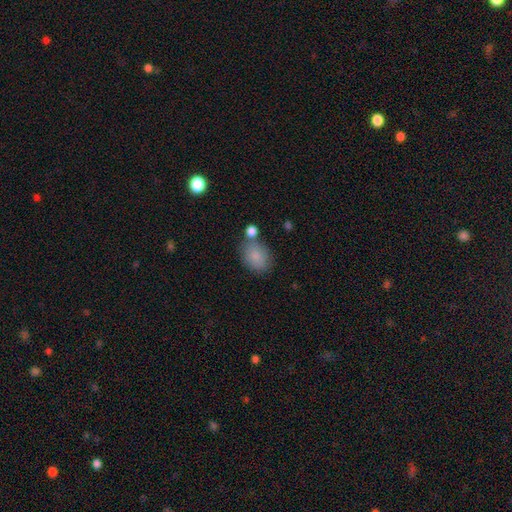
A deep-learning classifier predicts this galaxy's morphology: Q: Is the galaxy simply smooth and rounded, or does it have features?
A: smooth — 84%.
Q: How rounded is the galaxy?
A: in between — 62%.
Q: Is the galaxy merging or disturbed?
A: none — 65%.